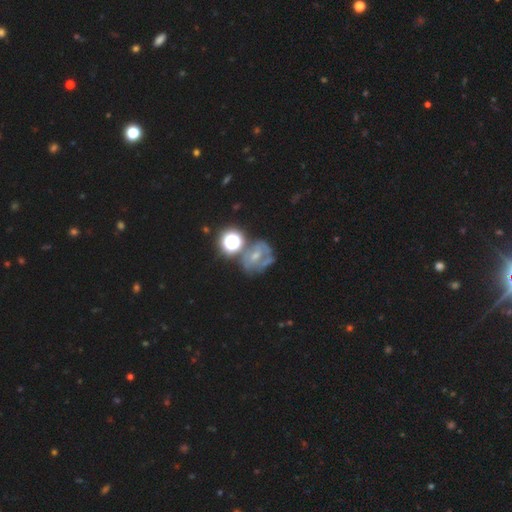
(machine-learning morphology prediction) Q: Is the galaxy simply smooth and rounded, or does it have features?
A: featured or disk — 53%.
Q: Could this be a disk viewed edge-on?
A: no — 96%.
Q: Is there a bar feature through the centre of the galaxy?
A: no — 48%.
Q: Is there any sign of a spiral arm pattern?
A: yes — 60%.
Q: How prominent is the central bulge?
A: small — 55%.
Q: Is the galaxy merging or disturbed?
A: none — 47%.